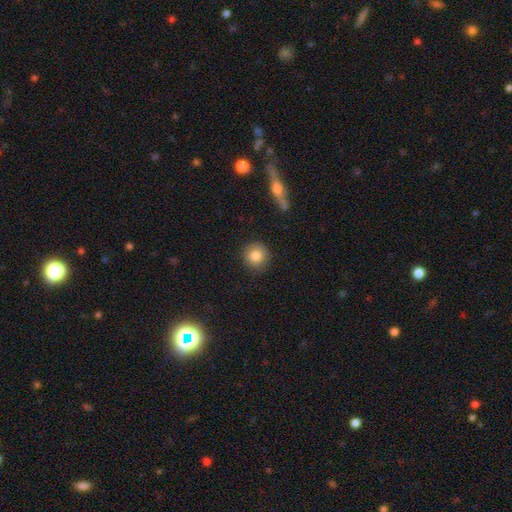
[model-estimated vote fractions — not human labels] A smooth galaxy with no disk features (83%) that is round (92%).

Vote fractions:
- Smooth or featured? smooth: 83% / featured or disk: 9% / star or artifact: 8%
- How rounded? round: 92% / in between: 7% / cigar-shaped: 1%
- Merging? none: 85% / minor disturbance: 11% / major disturbance: 3% / merger: 2%